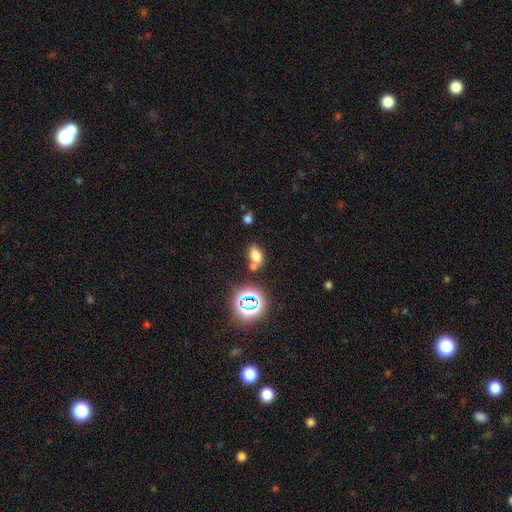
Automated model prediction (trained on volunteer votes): smooth 69%, star or artifact 21%, featured or disk 10%. Down the decision tree: how rounded — in between (81%); merging — none (60%).